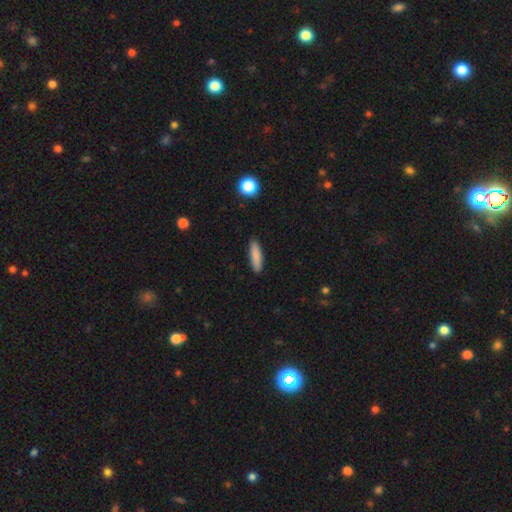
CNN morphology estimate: Smooth or featured? Predicted: smooth (p=0.86). How rounded? Predicted: cigar-shaped (p=0.71). Merging? Predicted: none (p=0.90).